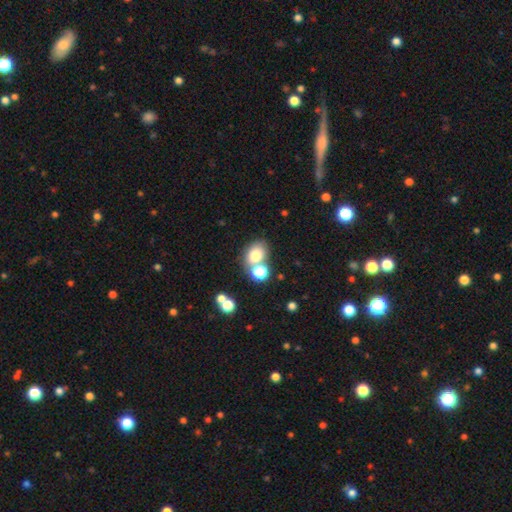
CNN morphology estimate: type=smooth (74%); roundness=in between (55%); merging=none (54%).